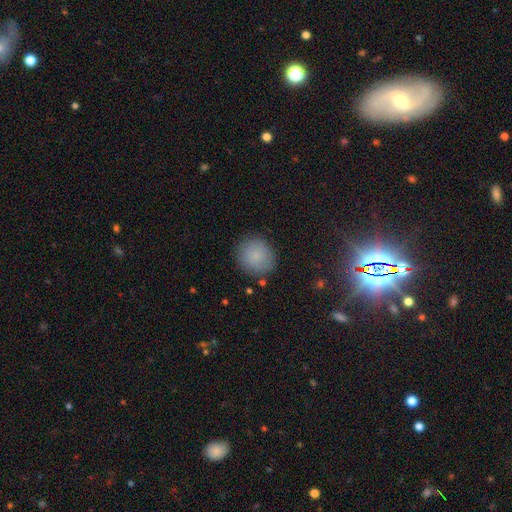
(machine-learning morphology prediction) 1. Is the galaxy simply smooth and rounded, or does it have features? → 84% smooth, 8% star or artifact, 8% featured or disk.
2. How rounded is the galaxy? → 85% round, 14% in between, 1% cigar-shaped.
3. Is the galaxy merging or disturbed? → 85% none, 10% minor disturbance, 3% major disturbance, 2% merger.